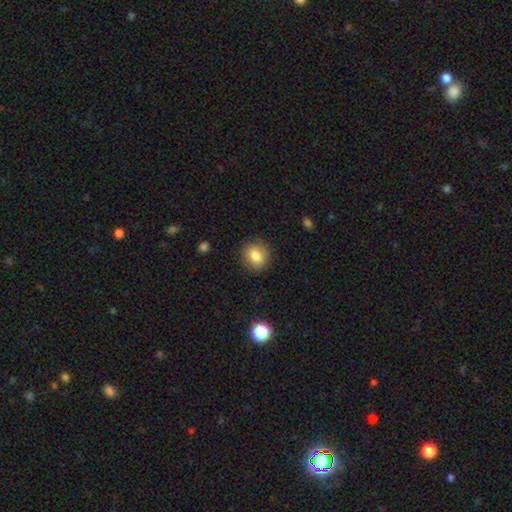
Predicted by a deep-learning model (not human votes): Smooth or featured: smooth — 83% (star or artifact — 10%)
How rounded: round — 75% (in between — 24%)
Merging: none — 87% (minor disturbance — 9%)